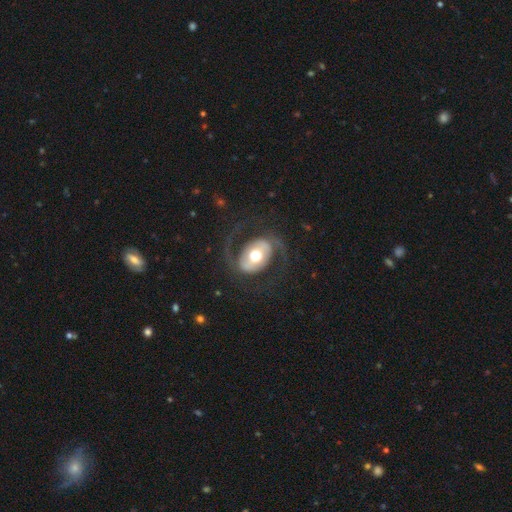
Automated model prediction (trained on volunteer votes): Smooth or featured? Predicted: featured or disk (p=0.79). Edge-on disk? Predicted: no (p=0.96). Bar? Predicted: no (p=0.44). Spiral arms? Predicted: yes (p=0.83). Spiral winding? Predicted: medium (p=0.44). Spiral arm count? Predicted: 2 (p=0.91). Bulge size? Predicted: moderate (p=0.63). Merging? Predicted: none (p=0.73).